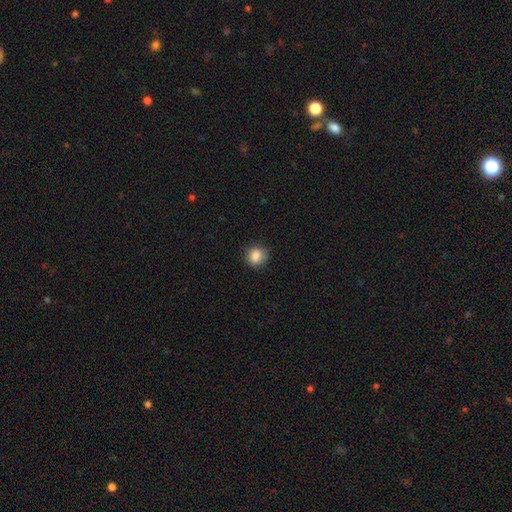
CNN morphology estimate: A smooth galaxy with no disk features (86%) that is round (78%). Merging: none (81%).